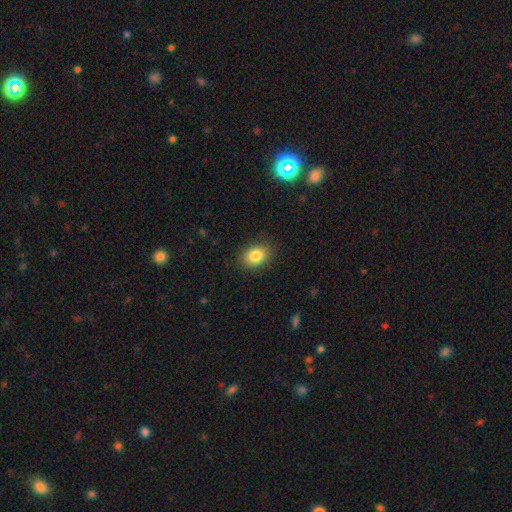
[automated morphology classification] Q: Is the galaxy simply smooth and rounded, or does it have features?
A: smooth — 84%.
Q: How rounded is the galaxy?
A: in between — 61%.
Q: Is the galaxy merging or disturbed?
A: none — 86%.